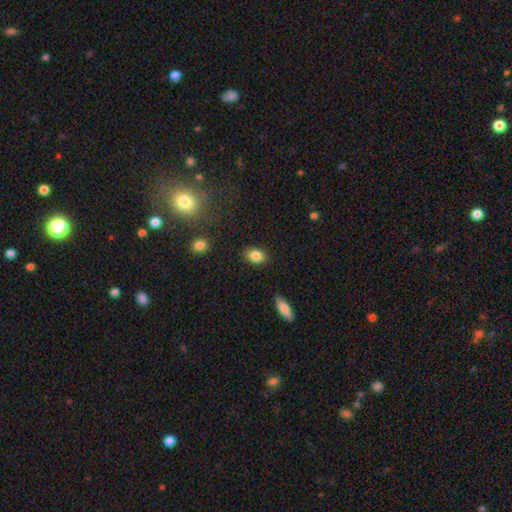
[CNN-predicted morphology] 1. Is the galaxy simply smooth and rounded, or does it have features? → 85% smooth, 8% star or artifact, 6% featured or disk.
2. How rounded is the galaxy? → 78% in between, 20% round, 2% cigar-shaped.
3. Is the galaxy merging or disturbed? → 86% none, 10% minor disturbance, 2% major disturbance, 2% merger.